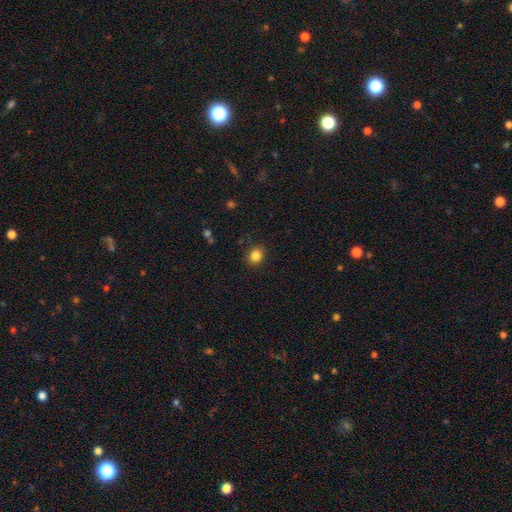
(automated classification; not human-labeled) smooth-or-featured: smooth: 84% | star or artifact: 11% | featured or disk: 5%
  how-rounded: round: 75% | in between: 24% | cigar-shaped: 1%
  merging: none: 89% | minor disturbance: 8% | major disturbance: 2% | merger: 1%